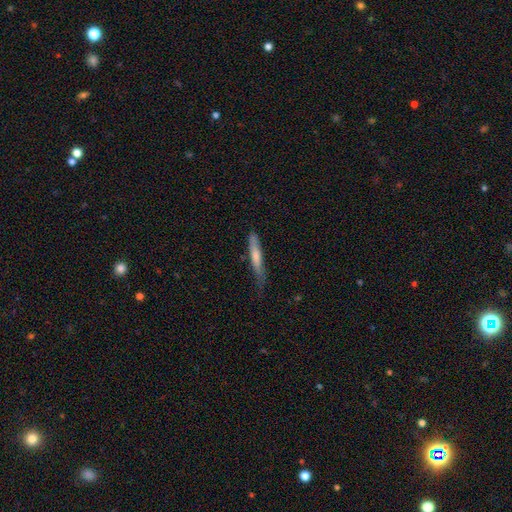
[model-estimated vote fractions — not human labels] A smooth galaxy with no disk features (57%) that is cigar-shaped (93%).

Vote fractions:
- Smooth or featured? smooth: 57% / featured or disk: 37% / star or artifact: 6%
- How rounded? cigar-shaped: 93% / in between: 6% / round: 1%
- Merging? none: 63% / minor disturbance: 28% / major disturbance: 7% / merger: 2%